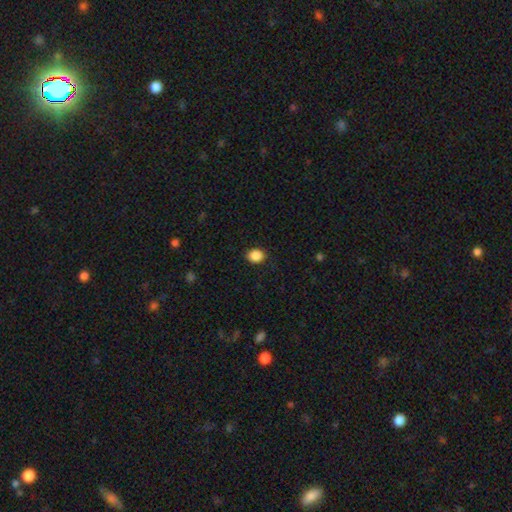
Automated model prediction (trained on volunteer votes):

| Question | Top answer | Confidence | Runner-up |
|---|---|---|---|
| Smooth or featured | smooth | 88% | star or artifact (9%) |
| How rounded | in between | 50% | tied: round (50%) |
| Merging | none | 89% | minor disturbance (8%) |